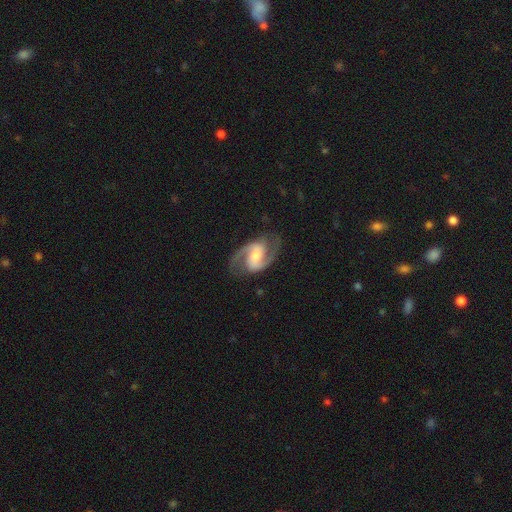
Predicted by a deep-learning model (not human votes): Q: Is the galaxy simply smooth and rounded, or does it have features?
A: featured or disk — 92%.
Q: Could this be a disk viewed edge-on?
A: no — 98%.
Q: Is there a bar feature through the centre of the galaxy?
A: weak — 45%.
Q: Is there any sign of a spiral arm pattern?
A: yes — 98%.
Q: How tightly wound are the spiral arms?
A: medium — 62%.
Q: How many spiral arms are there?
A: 2 — 94%.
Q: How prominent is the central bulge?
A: moderate — 59%.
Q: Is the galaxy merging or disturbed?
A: none — 83%.